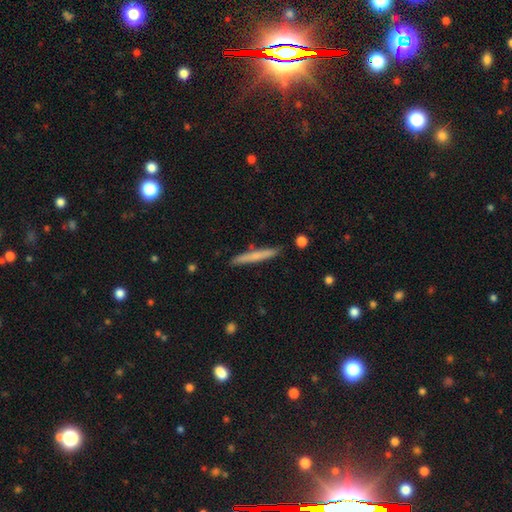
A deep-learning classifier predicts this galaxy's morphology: Smooth or featured?
  - smooth: 63% *
  - featured or disk: 31%
  - star or artifact: 6%
How rounded?
  - cigar-shaped: 96% *
  - in between: 3%
  - round: 1%
Merging?
  - none: 89% *
  - minor disturbance: 8%
  - merger: 2%
  - major disturbance: 1%